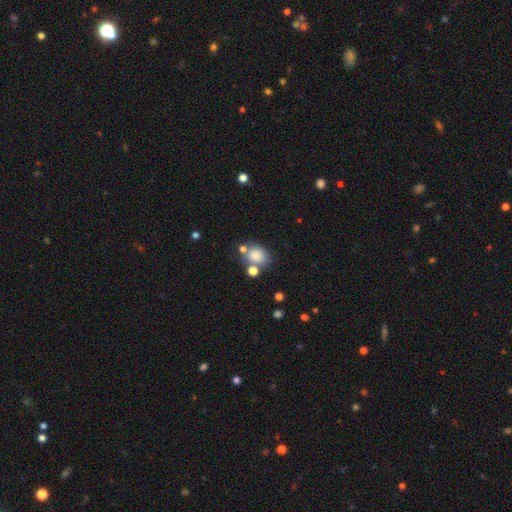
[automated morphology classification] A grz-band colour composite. It shows a smooth galaxy with no disk features (81%) that is round (52%). Merging: none (55%).